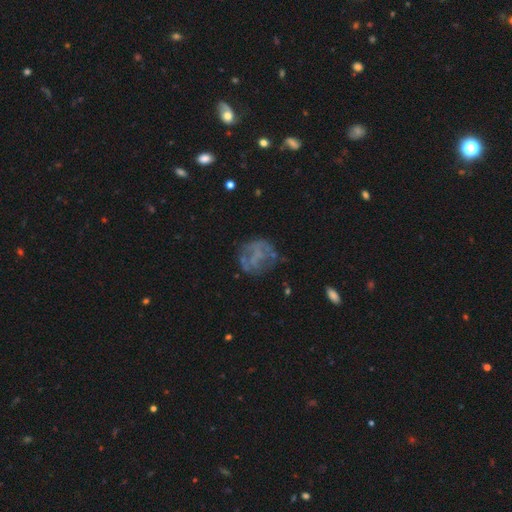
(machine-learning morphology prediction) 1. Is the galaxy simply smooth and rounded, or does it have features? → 53% featured or disk, 30% smooth, 17% star or artifact.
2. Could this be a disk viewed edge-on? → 97% no, 3% yes.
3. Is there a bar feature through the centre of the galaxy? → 76% no, 18% weak, 6% strong.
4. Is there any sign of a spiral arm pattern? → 70% no, 30% yes.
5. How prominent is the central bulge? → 72% none, 15% small, 9% moderate, 2% large, 1% dominant.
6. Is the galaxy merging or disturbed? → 57% none, 20% minor disturbance, 20% major disturbance, 3% merger.